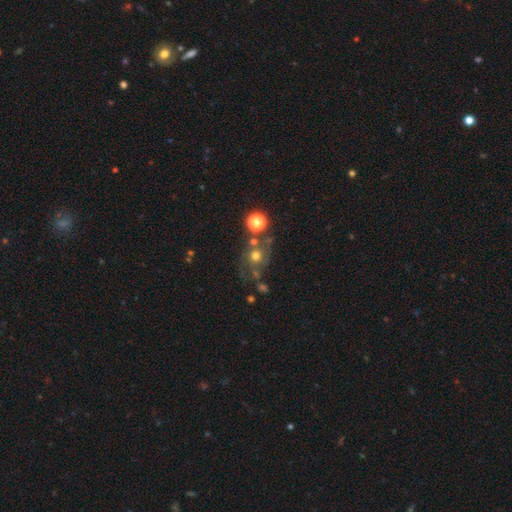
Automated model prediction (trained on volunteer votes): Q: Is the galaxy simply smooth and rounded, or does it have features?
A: smooth — 54%.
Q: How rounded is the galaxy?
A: round — 78%.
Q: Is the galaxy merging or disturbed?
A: none — 53%.